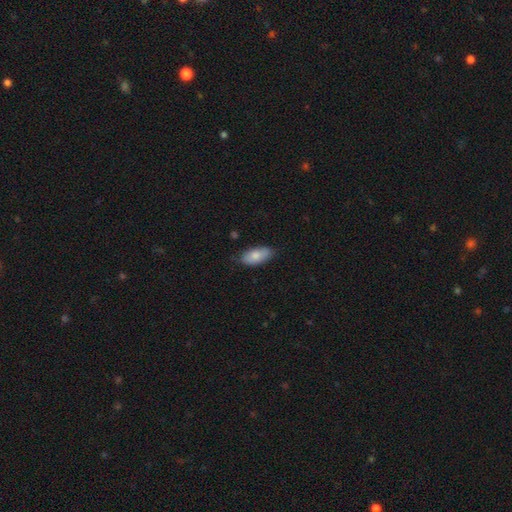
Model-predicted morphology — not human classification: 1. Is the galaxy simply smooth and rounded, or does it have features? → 80% smooth, 14% featured or disk, 6% star or artifact.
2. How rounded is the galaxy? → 90% in between, 7% cigar-shaped, 3% round.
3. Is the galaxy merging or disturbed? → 78% none, 18% minor disturbance, 3% major disturbance, 1% merger.